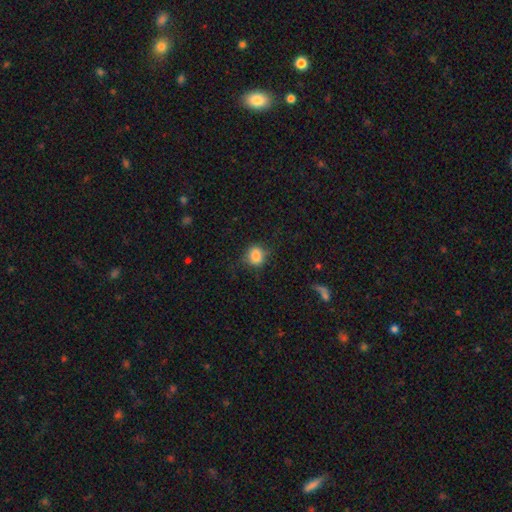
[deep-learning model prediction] smooth_or_featured: smooth (p=0.83) [alt: star or artifact p=0.10]
how_rounded: round (p=0.60) [alt: in between p=0.38]
merging: none (p=0.70) [alt: minor disturbance p=0.21]